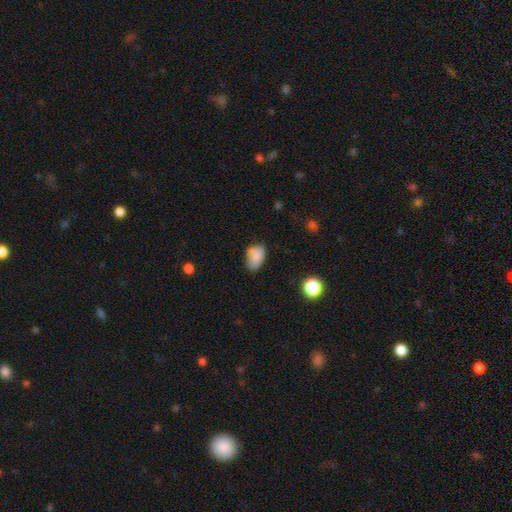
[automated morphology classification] A smooth galaxy with no disk features (84%) that is in between round and cigar-shaped (85%). Merging: none (55%).